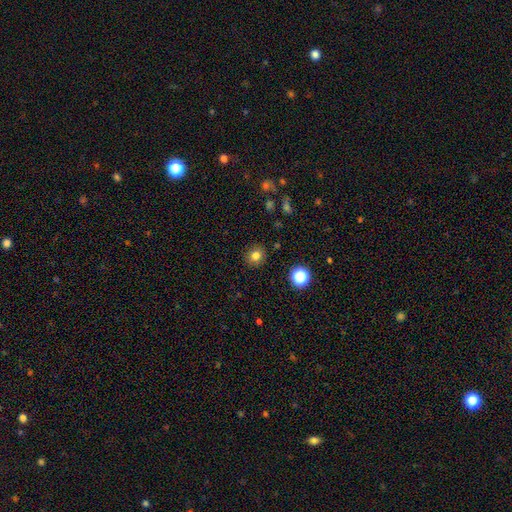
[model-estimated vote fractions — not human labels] Morphology: type=smooth (79%); roundness=round (83%); merging=none (89%).